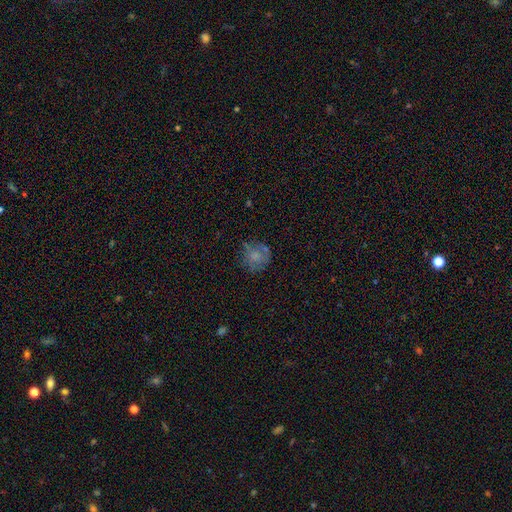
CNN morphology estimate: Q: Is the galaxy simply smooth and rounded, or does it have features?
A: smooth — 67%.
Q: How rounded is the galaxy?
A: round — 85%.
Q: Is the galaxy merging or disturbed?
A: none — 63%.